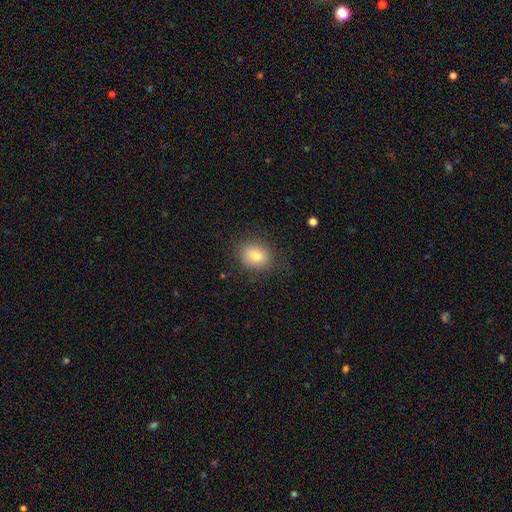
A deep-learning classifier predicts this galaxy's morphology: This appears to be a smooth galaxy with no disk features (78%) that is round (70%). Merging: none (83%).